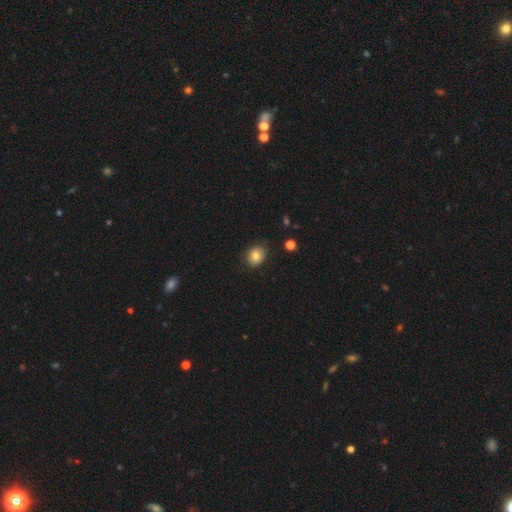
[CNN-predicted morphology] Smooth or featured?
  - smooth: 78% *
  - featured or disk: 12%
  - star or artifact: 10%
How rounded?
  - round: 55% *
  - in between: 44%
  - cigar-shaped: 1%
Merging?
  - none: 79% *
  - minor disturbance: 16%
  - major disturbance: 3%
  - merger: 1%